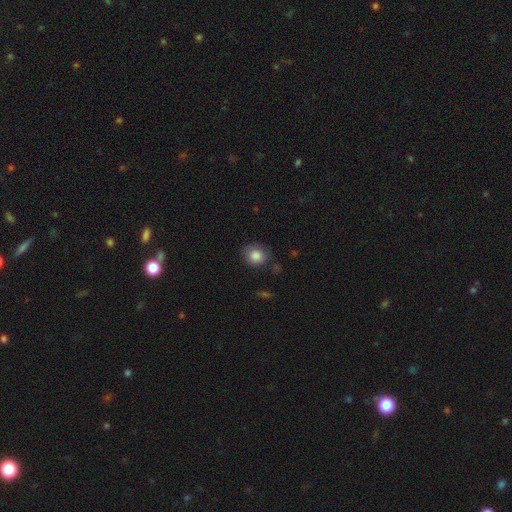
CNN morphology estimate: A smooth galaxy with no disk features (86%) that is round (78%). Merging: none (78%).